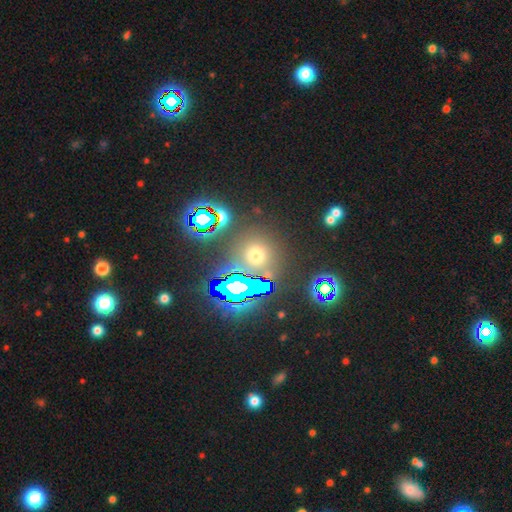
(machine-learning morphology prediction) type=smooth (51%); roundness=round (88%); merging=none (80%).